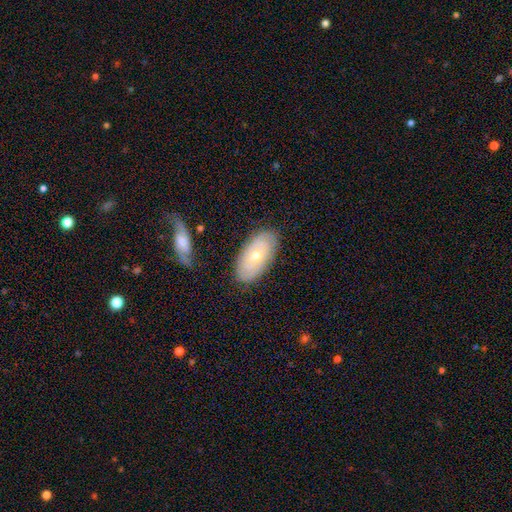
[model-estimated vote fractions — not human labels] Smooth or featured? Predicted: featured or disk (p=0.57). Edge-on disk? Predicted: no (p=0.90). Bar? Predicted: no (p=0.74). Spiral arms? Predicted: yes (p=0.69). Bulge size? Predicted: moderate (p=0.55). Merging? Predicted: none (p=0.83).